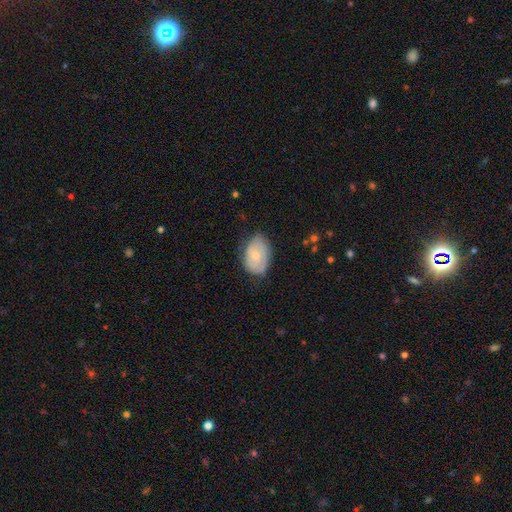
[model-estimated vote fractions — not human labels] Morphology: type=smooth (58%); roundness=in between (85%); merging=none (67%).